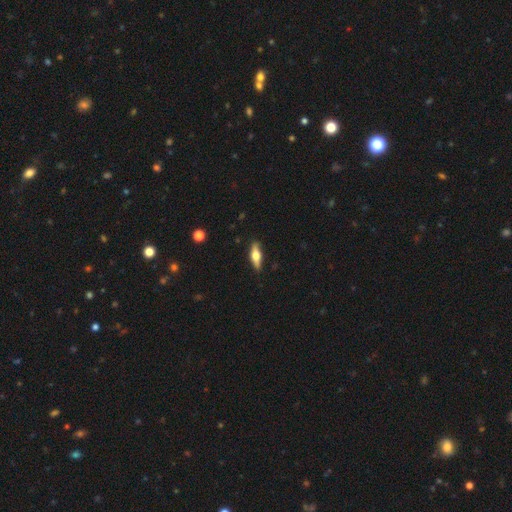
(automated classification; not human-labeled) Morphology: type=featured or disk (51%); edge-on=yes (92%); merging=none (87%).